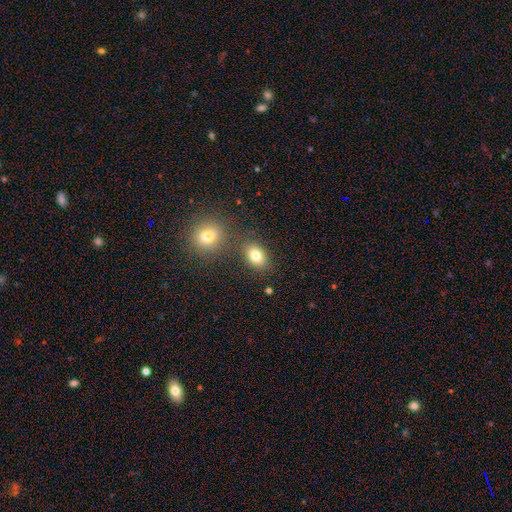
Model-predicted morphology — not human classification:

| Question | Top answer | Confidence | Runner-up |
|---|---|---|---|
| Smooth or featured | smooth | 80% | star or artifact (11%) |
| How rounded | in between | 72% | round (27%) |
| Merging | none | 75% | minor disturbance (11%) |